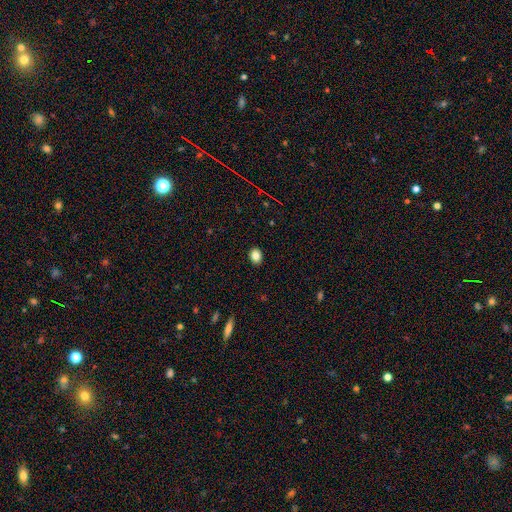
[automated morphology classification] Overall: smooth (85%). How rounded: round (52%; in between 47%). Merging: none (90%).